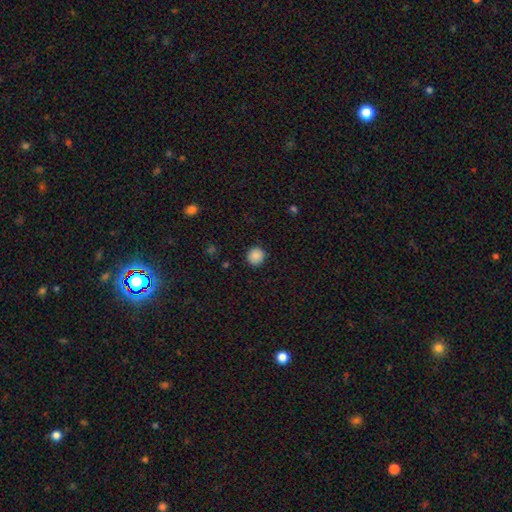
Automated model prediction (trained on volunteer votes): smooth-or-featured: smooth: 88% | star or artifact: 9% | featured or disk: 3%
  how-rounded: round: 92% | in between: 7% | cigar-shaped: 1%
  merging: none: 90% | minor disturbance: 7% | major disturbance: 2% | merger: 1%